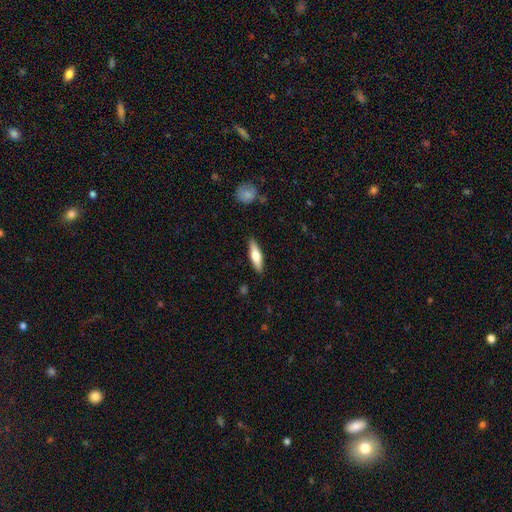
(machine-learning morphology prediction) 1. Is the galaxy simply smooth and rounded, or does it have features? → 56% smooth, 38% featured or disk, 6% star or artifact.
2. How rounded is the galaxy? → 62% cigar-shaped, 36% in between, 2% round.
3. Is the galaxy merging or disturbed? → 88% none, 9% minor disturbance, 2% major disturbance, 1% merger.